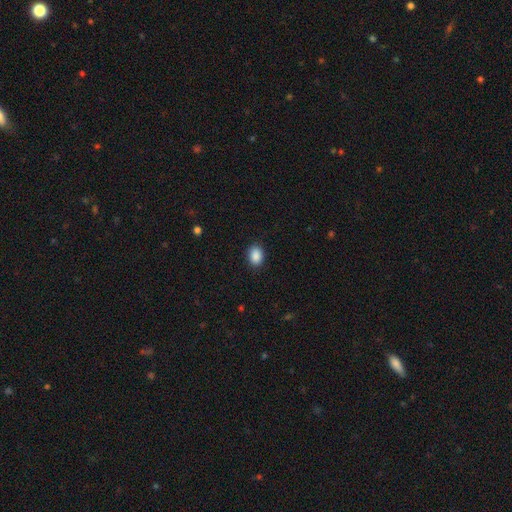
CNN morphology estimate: Smooth or featured? Predicted: smooth (p=0.89). How rounded? Predicted: in between (p=0.75). Merging? Predicted: none (p=0.89).